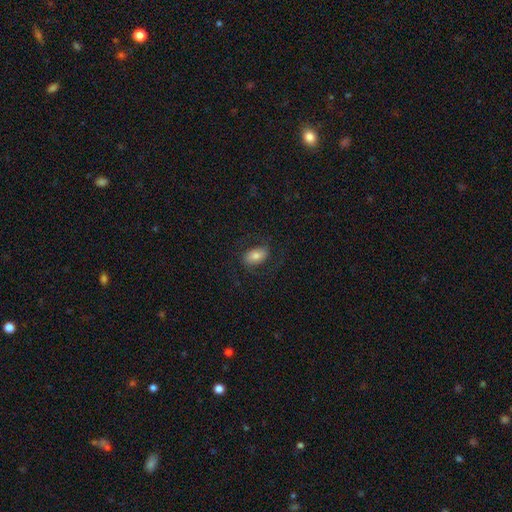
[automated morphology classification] Overall: smooth (61%; featured or disk 29%). How rounded: in between (86%). Merging: none (73%).